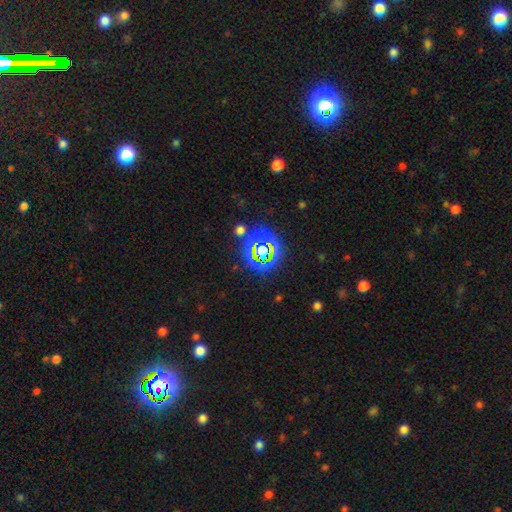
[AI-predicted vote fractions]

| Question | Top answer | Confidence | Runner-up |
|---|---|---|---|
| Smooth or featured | star or artifact | 75% | smooth (16%) |